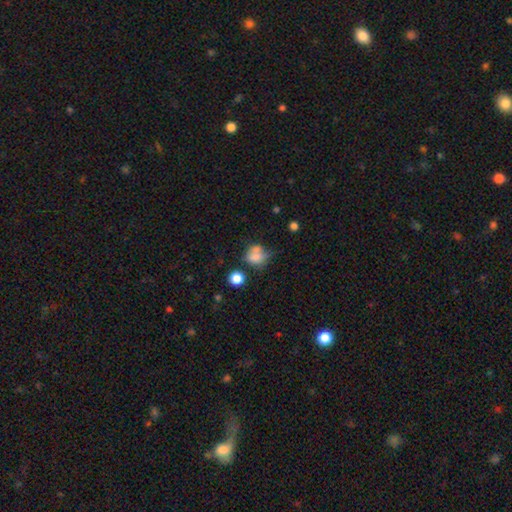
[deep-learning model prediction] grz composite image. It shows a smooth galaxy with no disk features (72%) that is round (53%). Merging: none (34%).